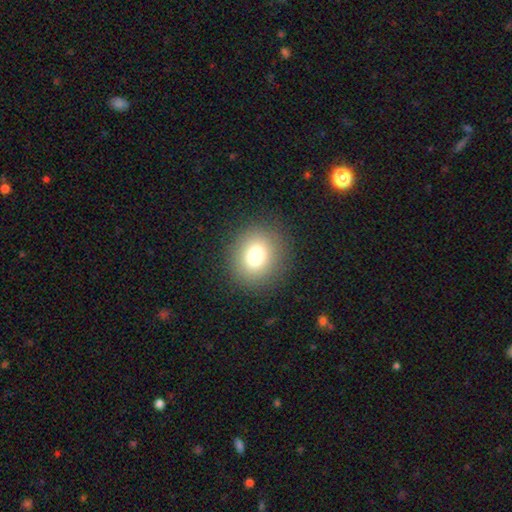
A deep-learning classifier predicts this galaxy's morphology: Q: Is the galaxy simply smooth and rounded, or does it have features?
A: smooth — 78%.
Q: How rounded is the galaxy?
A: round — 78%.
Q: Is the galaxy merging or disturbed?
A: none — 88%.